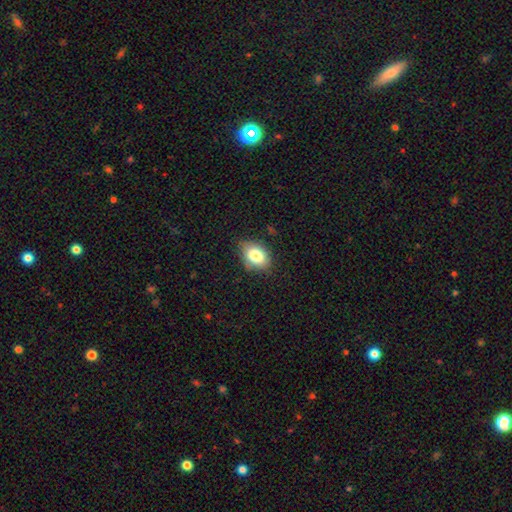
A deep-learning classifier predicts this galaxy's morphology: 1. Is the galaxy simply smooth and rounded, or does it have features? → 80% smooth, 11% featured or disk, 9% star or artifact.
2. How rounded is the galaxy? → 76% in between, 22% round, 1% cigar-shaped.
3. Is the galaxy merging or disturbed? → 77% none, 19% minor disturbance, 3% major disturbance, 1% merger.